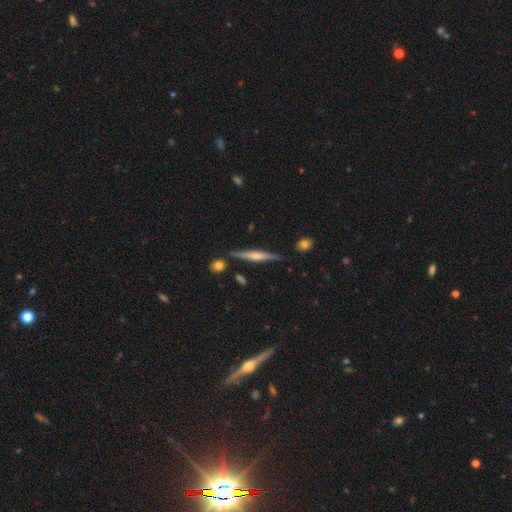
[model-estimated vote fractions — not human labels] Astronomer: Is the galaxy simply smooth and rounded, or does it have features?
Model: featured or disk — 76%.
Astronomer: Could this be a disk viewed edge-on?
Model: yes — 98%.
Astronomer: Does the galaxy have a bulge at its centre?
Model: rounded — 77%.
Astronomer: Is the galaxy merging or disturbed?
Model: none — 86%.